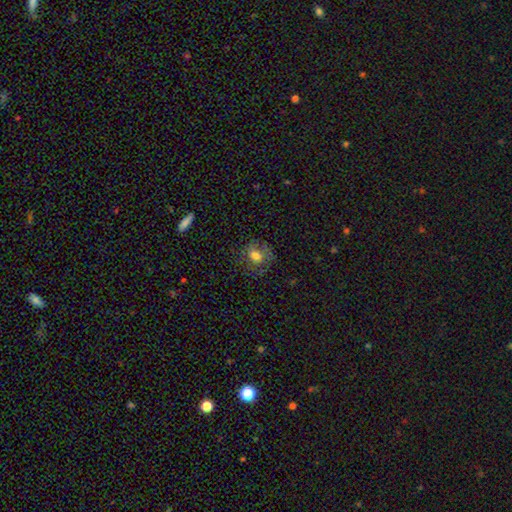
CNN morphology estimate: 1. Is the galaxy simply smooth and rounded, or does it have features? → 64% smooth, 23% featured or disk, 13% star or artifact.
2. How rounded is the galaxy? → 59% round, 40% in between, 1% cigar-shaped.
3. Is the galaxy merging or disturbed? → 65% none, 20% minor disturbance, 13% major disturbance, 2% merger.